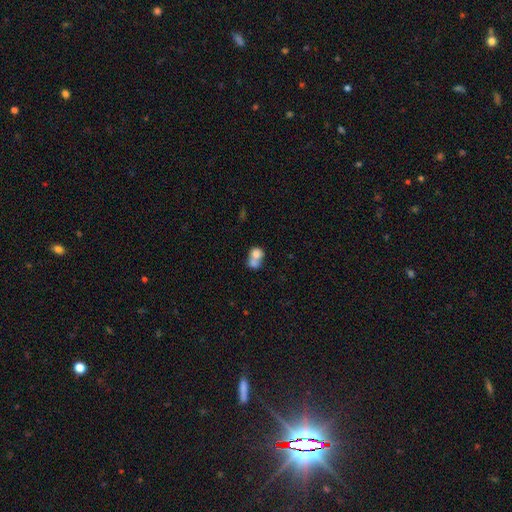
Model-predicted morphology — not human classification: This is likely a smooth galaxy (73%). How rounded: likely round (61%). Merging: likely merger (70%).